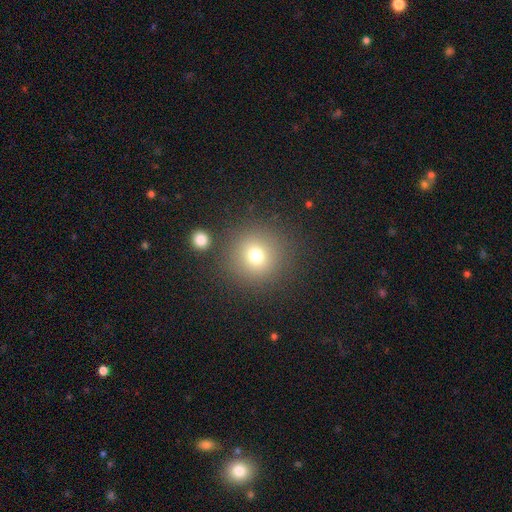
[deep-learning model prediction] This is likely a smooth galaxy (74%). How rounded: clearly round (93%). Merging: clearly none (84%).